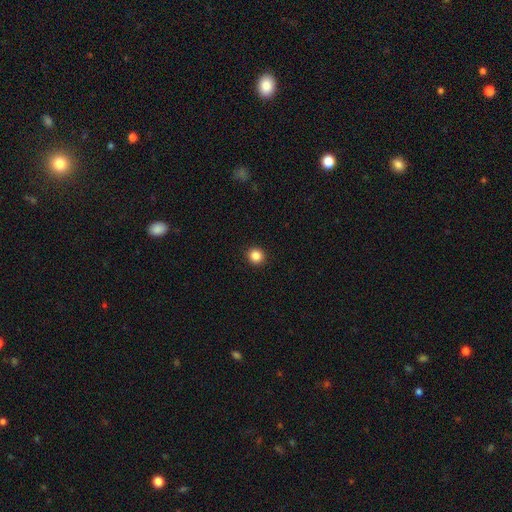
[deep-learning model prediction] Overall: smooth (86%). How rounded: round (92%). Merging: none (93%).